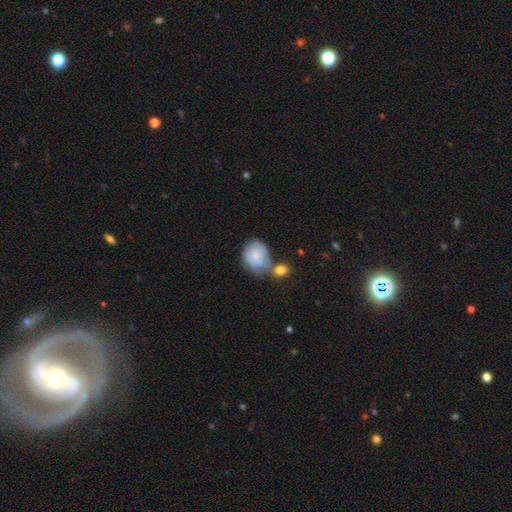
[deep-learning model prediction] This is likely a smooth galaxy (66%). How rounded: possibly in between (50%). Merging: marginally merger (32%).